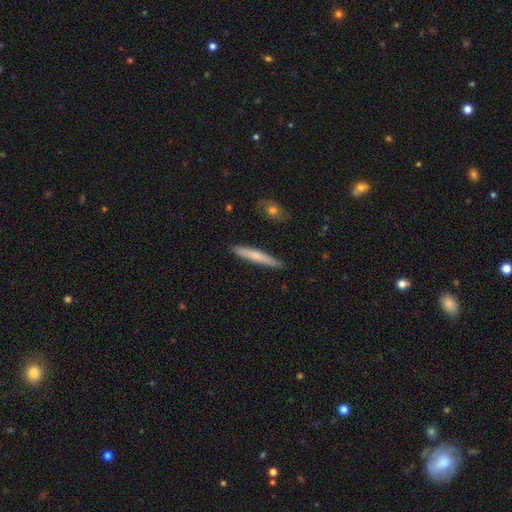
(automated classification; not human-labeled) A smooth galaxy with no disk features (66%) that is cigar-shaped (95%). Merging: none (89%).